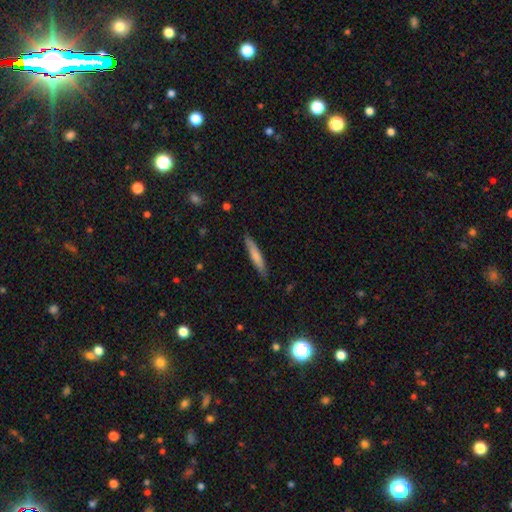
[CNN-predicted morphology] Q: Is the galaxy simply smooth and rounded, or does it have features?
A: smooth — 72%.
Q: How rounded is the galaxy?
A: cigar-shaped — 92%.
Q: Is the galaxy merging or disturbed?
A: none — 86%.